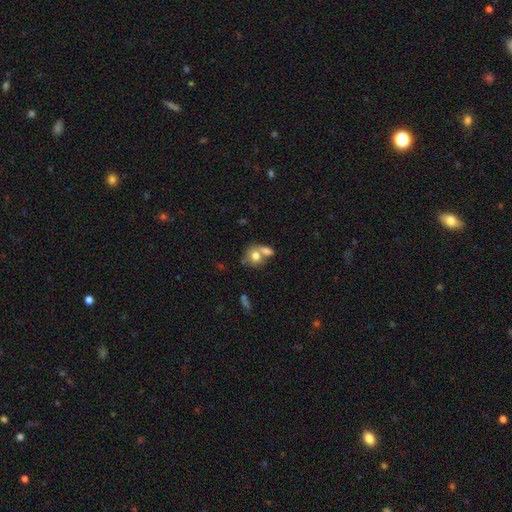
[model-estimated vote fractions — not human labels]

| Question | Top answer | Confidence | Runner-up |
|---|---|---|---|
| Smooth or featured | smooth | 74% | featured or disk (17%) |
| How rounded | round | 59% | in between (39%) |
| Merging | merger | 53% | none (33%) |